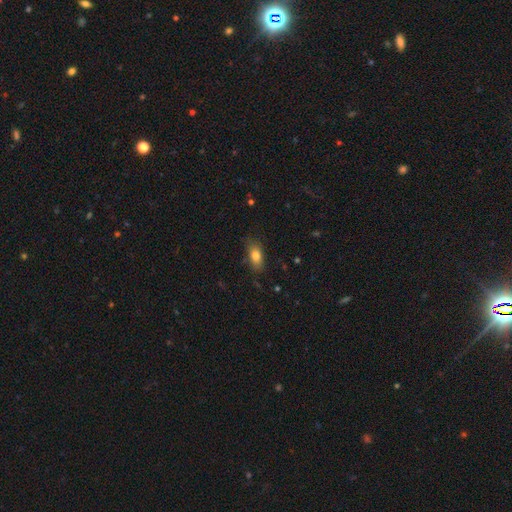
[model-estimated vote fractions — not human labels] Smooth or featured? Predicted: smooth (p=0.80). How rounded? Predicted: in between (p=0.83). Merging? Predicted: none (p=0.78).